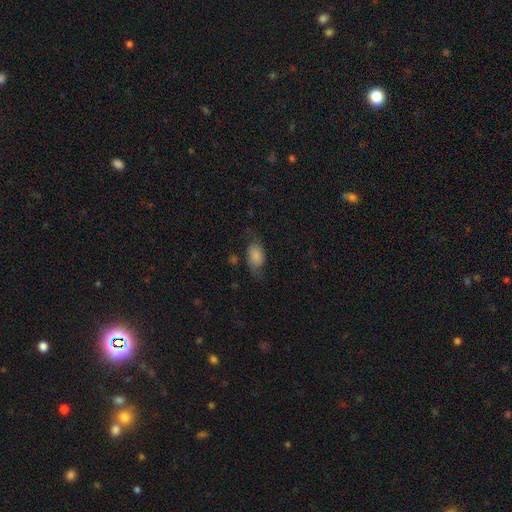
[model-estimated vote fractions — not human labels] The model was most divided on "smooth or featured": smooth: 59%, featured or disk: 32%, star or artifact: 9%. More confident: how rounded — in between (87%); merging — none (55%).